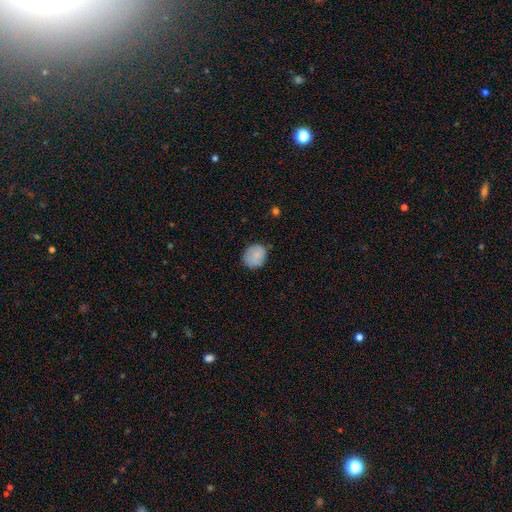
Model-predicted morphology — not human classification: This is clearly a smooth galaxy (82%). How rounded: likely round (66%). Merging: likely none (72%).